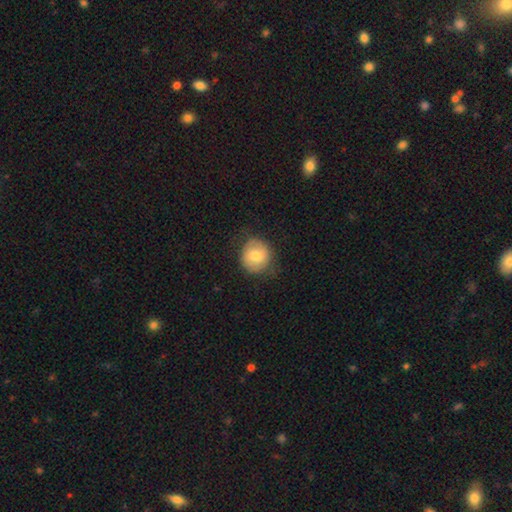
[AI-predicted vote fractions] smooth-or-featured: smooth: 72% | featured or disk: 20% | star or artifact: 7%
  how-rounded: round: 86% | in between: 13% | cigar-shaped: 1%
  merging: none: 74% | minor disturbance: 19% | major disturbance: 6% | merger: 1%